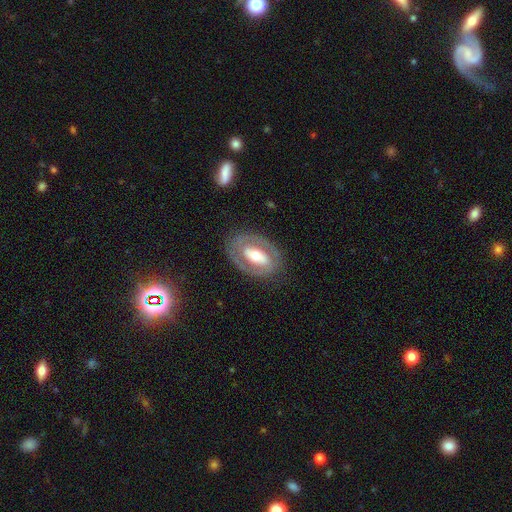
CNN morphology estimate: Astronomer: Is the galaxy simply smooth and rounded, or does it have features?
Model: featured or disk — 75%.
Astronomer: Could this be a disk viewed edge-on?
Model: no — 94%.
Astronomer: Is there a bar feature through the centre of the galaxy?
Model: strong — 42% (runner-up: no, 29%).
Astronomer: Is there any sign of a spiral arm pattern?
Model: yes — 61% (runner-up: no, 39%).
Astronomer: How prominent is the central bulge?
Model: moderate — 59%.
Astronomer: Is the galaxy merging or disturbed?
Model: none — 79%.